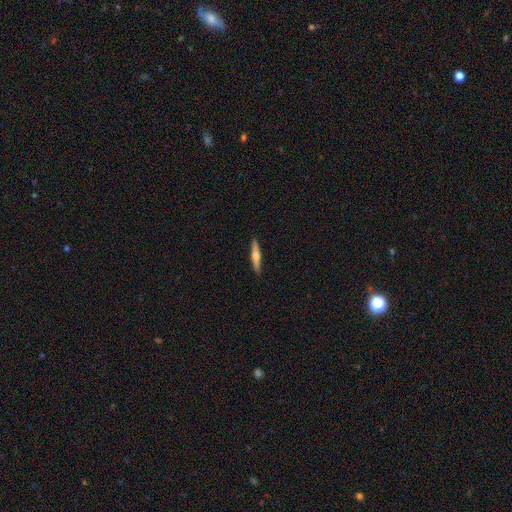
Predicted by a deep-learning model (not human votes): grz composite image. It shows a featured or disk galaxy (50%) viewed edge-on (96%). Merging: none (91%).